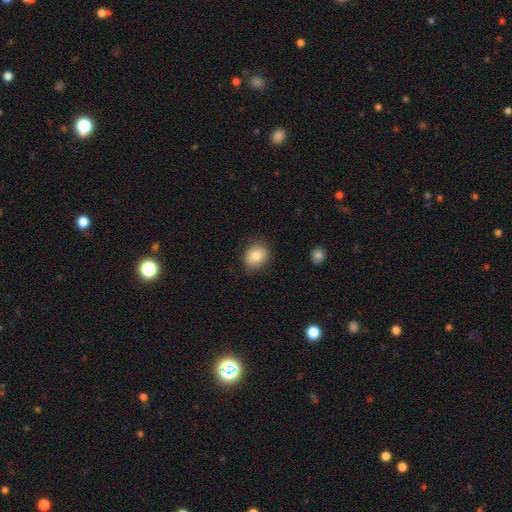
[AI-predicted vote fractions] Morphology: type=smooth (84%); roundness=in between (54%); merging=none (84%).